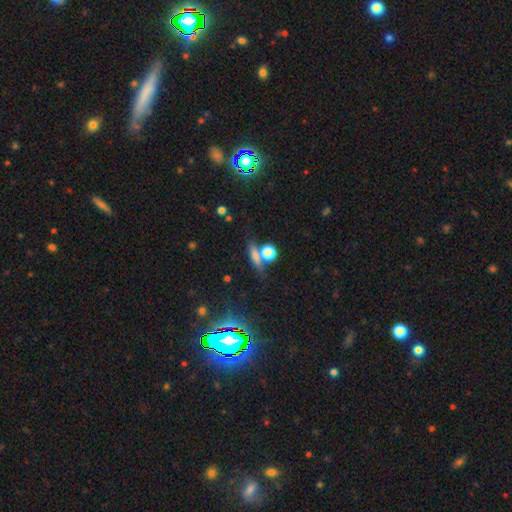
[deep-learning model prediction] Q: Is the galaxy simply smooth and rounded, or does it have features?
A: smooth — 67%.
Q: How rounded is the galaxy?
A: cigar-shaped — 44%.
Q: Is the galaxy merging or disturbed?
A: none — 61%.